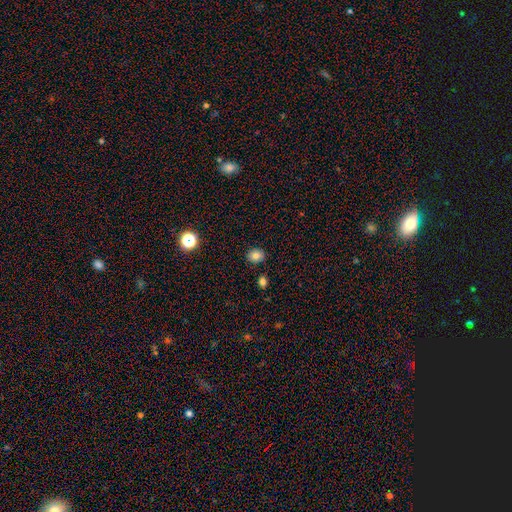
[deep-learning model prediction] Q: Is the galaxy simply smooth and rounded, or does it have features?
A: smooth — 80%.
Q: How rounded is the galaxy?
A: round — 71%.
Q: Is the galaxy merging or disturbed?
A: none — 87%.